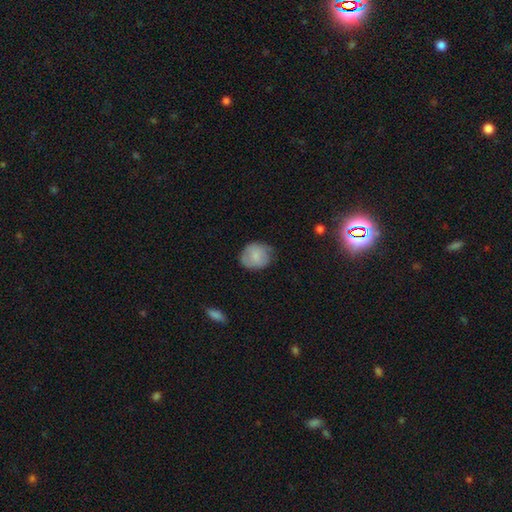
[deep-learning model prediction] Smooth or featured: smooth — 78% (featured or disk — 15%)
How rounded: round — 76% (in between — 23%)
Merging: none — 67% (minor disturbance — 26%)